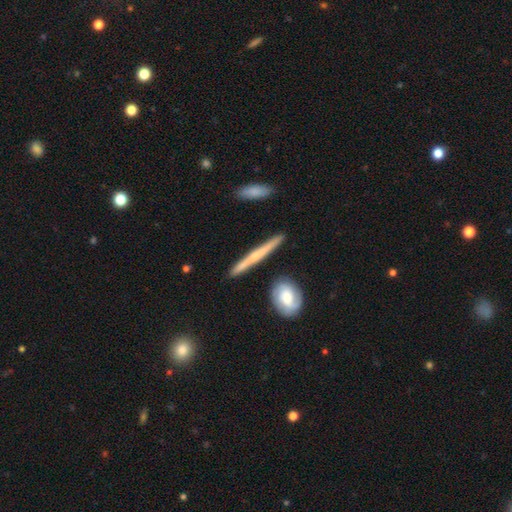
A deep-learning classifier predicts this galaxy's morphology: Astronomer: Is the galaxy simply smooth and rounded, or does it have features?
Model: featured or disk — 55% (runner-up: smooth, 39%).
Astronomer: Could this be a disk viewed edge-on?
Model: yes — 94%.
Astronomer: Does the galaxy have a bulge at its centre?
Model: none — 49% (runner-up: rounded, 44%).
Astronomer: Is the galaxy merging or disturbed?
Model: none — 88%.